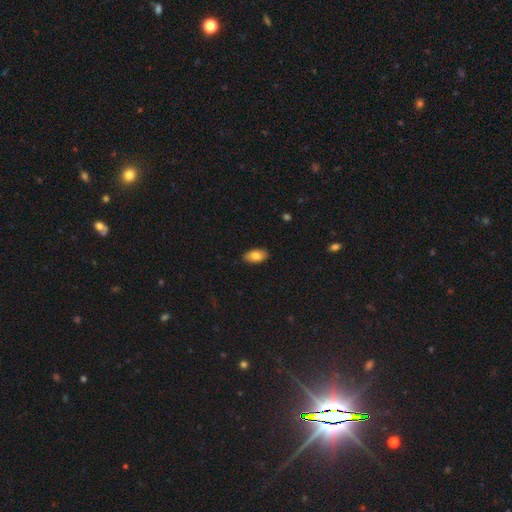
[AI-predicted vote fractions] Q: Smooth or featured?
A: smooth (83%); runner-up: featured or disk (10%)
Q: How rounded?
A: in between (94%); runner-up: round (3%)
Q: Merging?
A: none (88%); runner-up: minor disturbance (9%)